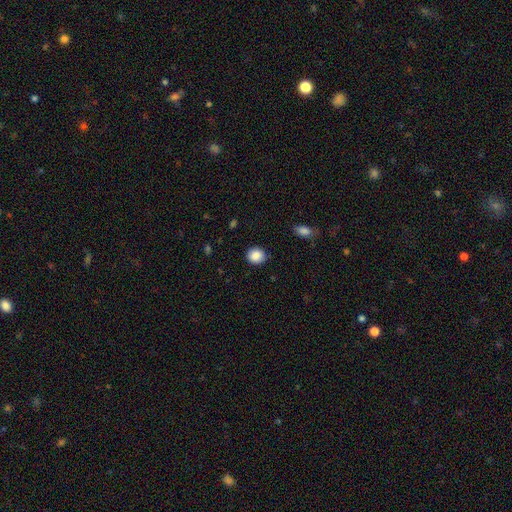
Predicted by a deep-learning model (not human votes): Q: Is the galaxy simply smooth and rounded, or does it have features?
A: smooth — 88%.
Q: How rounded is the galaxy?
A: round — 78%.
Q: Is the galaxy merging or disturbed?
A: none — 86%.